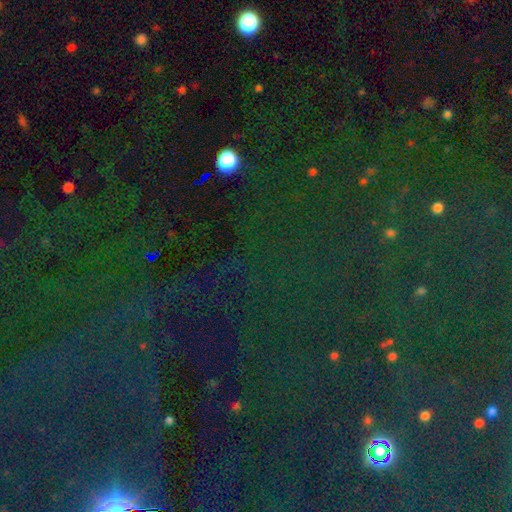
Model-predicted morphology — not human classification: Smooth or featured? Predicted: star or artifact (p=0.81).